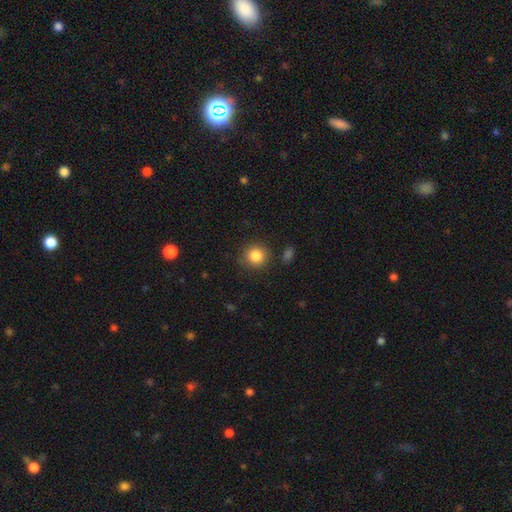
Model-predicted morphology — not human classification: Smooth or featured: smooth — 85% (star or artifact — 10%)
How rounded: round — 91% (in between — 9%)
Merging: none — 84% (minor disturbance — 10%)